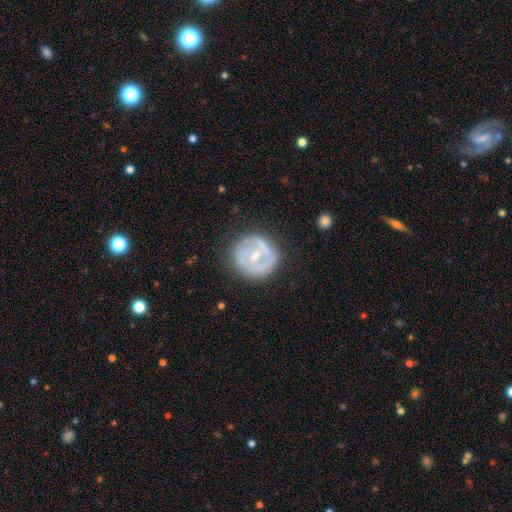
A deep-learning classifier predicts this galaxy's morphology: Smooth or featured?
  - featured or disk: 67% *
  - smooth: 27%
  - star or artifact: 6%
Edge-on disk?
  - no: 97% *
  - yes: 3%
Bar?
  - weak: 42% *
  - no: 36%
  - strong: 22%
Spiral arms?
  - yes: 52% *
  - no: 48%
Bulge size?
  - small: 50% *
  - moderate: 43%
  - none: 4%
  - large: 2%
  - dominant: 1%
Merging?
  - none: 72% *
  - minor disturbance: 18%
  - major disturbance: 8%
  - merger: 2%